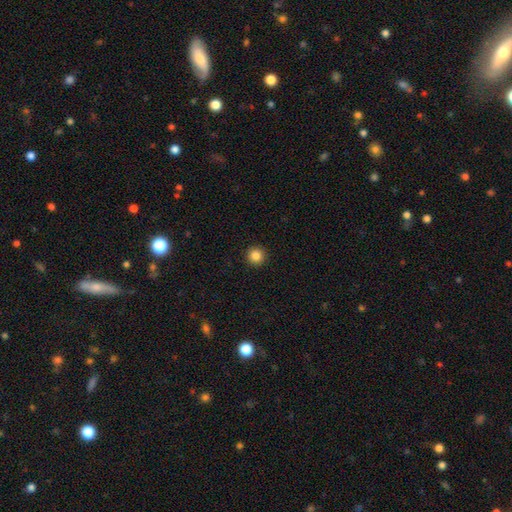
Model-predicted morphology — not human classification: type=smooth (85%); roundness=round (96%); merging=none (93%).